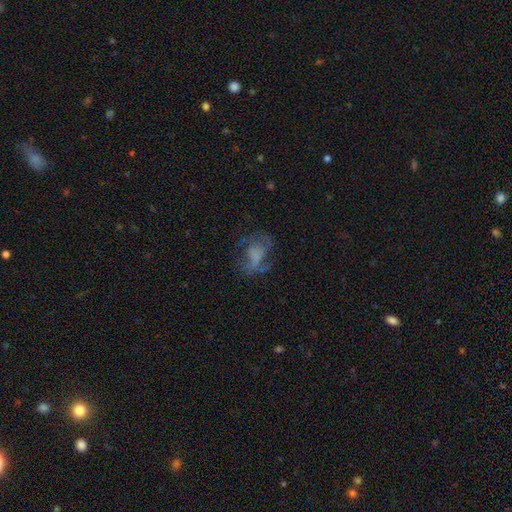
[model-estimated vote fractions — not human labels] Morphology: type=featured or disk (45%); merging=none (42%).